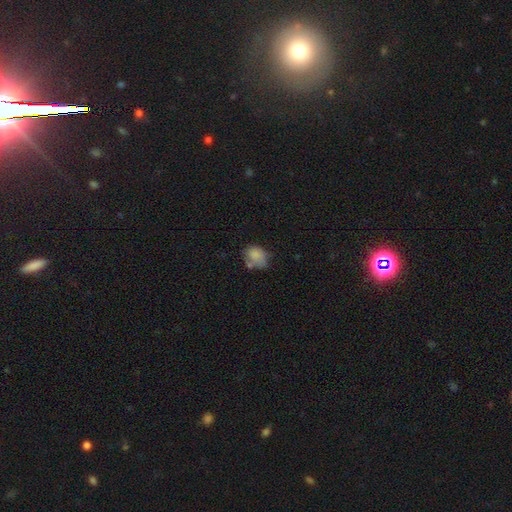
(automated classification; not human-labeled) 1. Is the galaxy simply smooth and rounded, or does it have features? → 77% smooth, 13% featured or disk, 10% star or artifact.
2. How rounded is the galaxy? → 56% in between, 43% round, 1% cigar-shaped.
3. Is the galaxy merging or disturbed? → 42% none, 29% minor disturbance, 16% merger, 13% major disturbance.